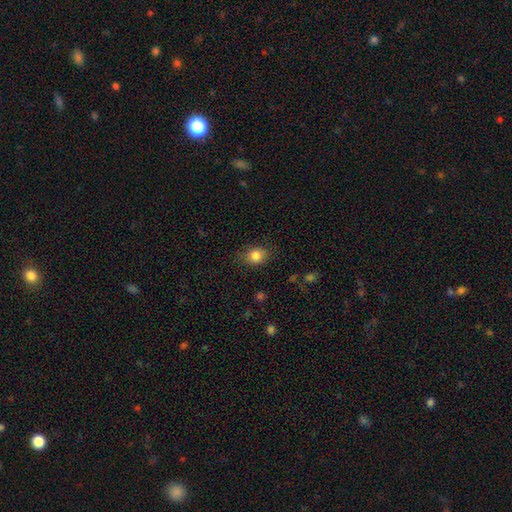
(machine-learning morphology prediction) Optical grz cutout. It shows a smooth galaxy with no disk features (84%) that is round (56%). Merging: none (80%).